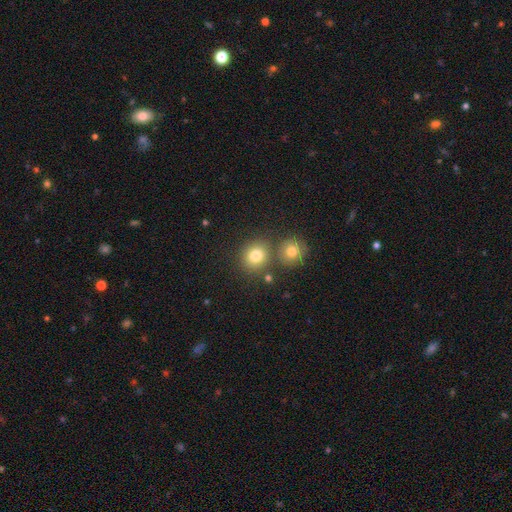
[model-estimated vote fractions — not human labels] A smooth galaxy with no disk features (80%) that is round (80%). Merging: none (70%).